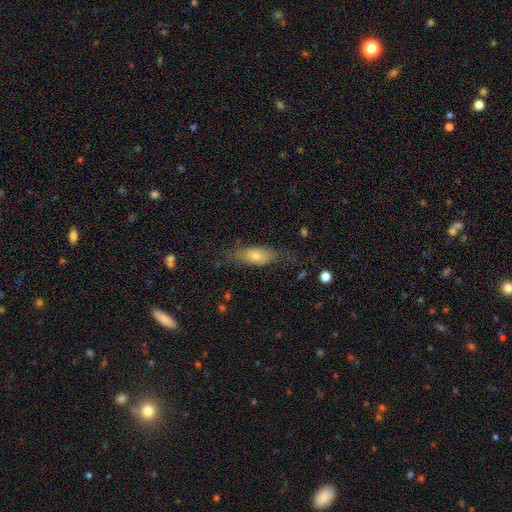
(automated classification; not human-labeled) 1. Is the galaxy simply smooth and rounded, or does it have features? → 59% smooth, 33% featured or disk, 8% star or artifact.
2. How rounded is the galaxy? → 72% in between, 24% cigar-shaped, 4% round.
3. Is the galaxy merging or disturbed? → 56% none, 26% minor disturbance, 15% major disturbance, 2% merger.